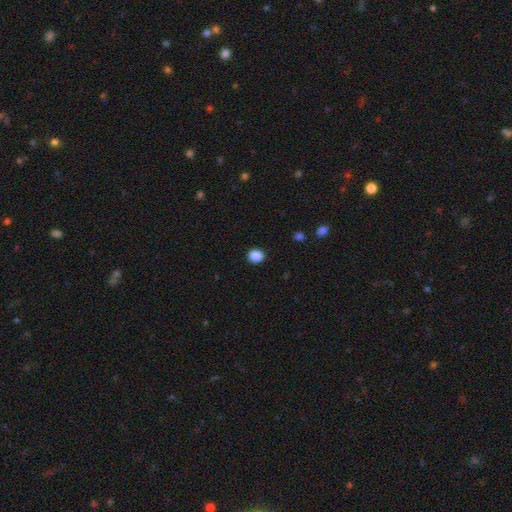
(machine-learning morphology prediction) smooth 88%, star or artifact 9%, featured or disk 2%. Down the decision tree: how rounded — round (68%); merging — none (91%).